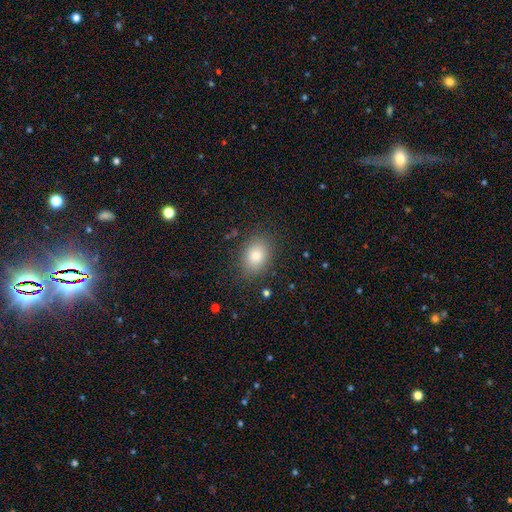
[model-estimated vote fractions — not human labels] Smooth or featured? smooth (83%)
How rounded? in between (70%)
Merging? none (84%)